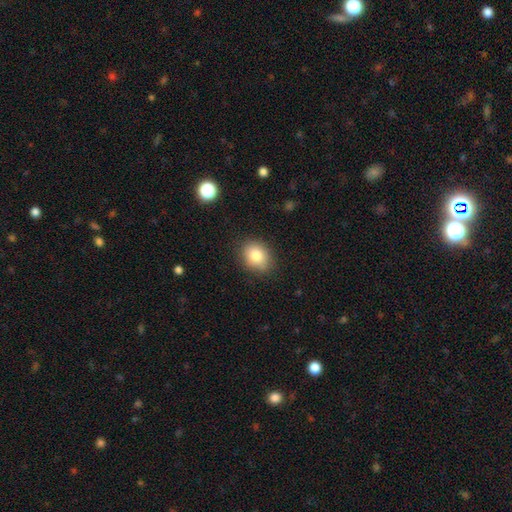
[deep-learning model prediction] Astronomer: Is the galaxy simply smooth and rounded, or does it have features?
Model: smooth — 82%.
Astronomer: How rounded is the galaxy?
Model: in between — 52% (runner-up: round, 47%).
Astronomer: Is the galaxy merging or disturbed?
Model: none — 85%.